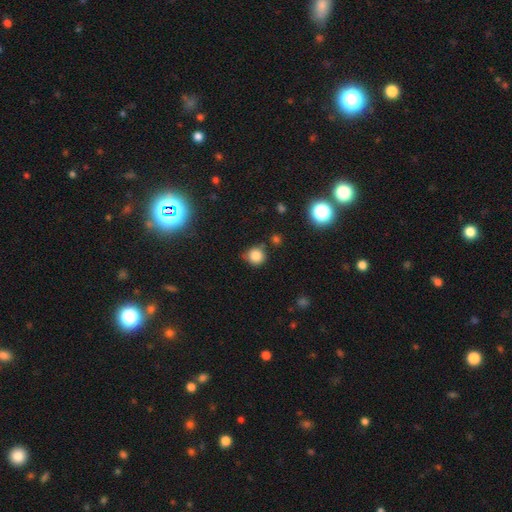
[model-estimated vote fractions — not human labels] Q: Smooth or featured?
A: smooth (82%); runner-up: star or artifact (13%)
Q: How rounded?
A: round (90%); runner-up: in between (9%)
Q: Merging?
A: none (73%); runner-up: minor disturbance (17%)